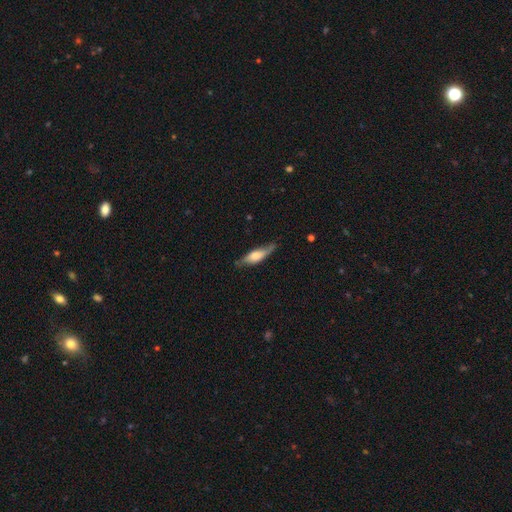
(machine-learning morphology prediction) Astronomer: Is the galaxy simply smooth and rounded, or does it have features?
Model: smooth — 48% (runner-up: featured or disk, 46%).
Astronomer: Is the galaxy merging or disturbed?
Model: none — 70%.